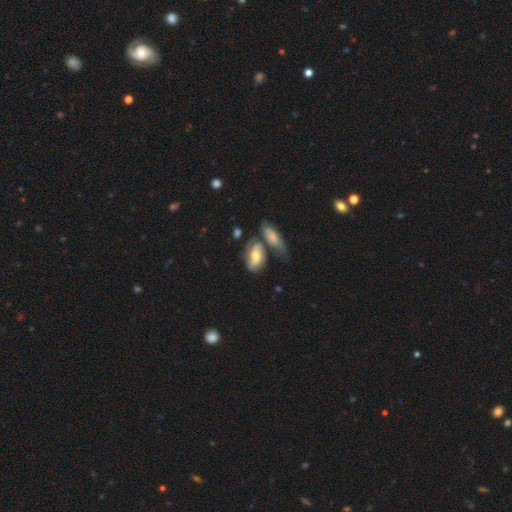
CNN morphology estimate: Overall: featured or disk (50%; smooth 43%). Merging: none (39%; merger 31%).